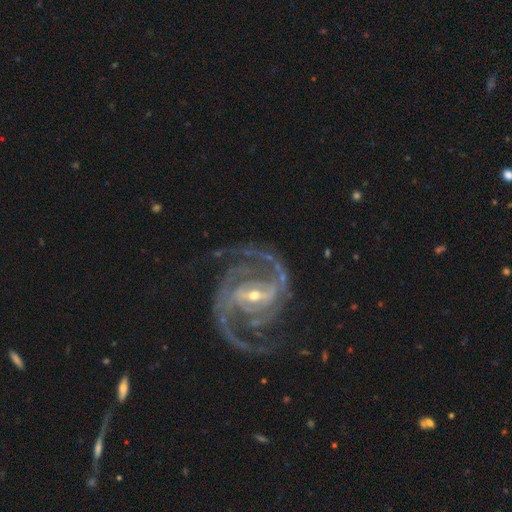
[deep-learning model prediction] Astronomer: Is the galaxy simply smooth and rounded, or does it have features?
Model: featured or disk — 93%.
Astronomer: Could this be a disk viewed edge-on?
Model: no — 98%.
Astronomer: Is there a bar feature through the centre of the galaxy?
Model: strong — 59%.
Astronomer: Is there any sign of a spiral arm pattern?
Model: yes — 99%.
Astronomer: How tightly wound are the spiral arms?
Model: medium — 59%.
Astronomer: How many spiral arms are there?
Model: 2 — 80%.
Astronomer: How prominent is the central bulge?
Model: small — 70%.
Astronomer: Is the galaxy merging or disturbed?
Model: none — 74%.